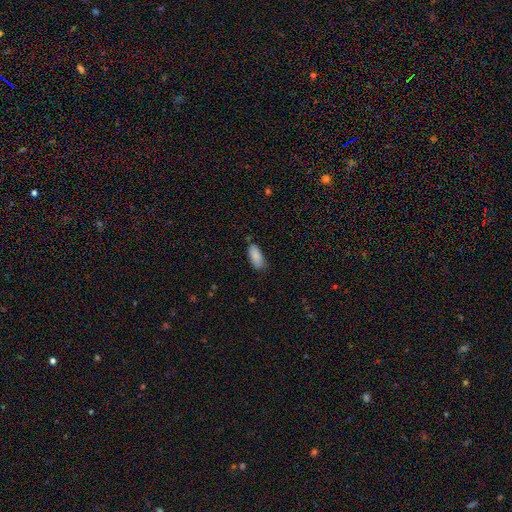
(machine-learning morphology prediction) Smooth or featured? smooth (87%)
How rounded? in between (87%)
Merging? none (69%)